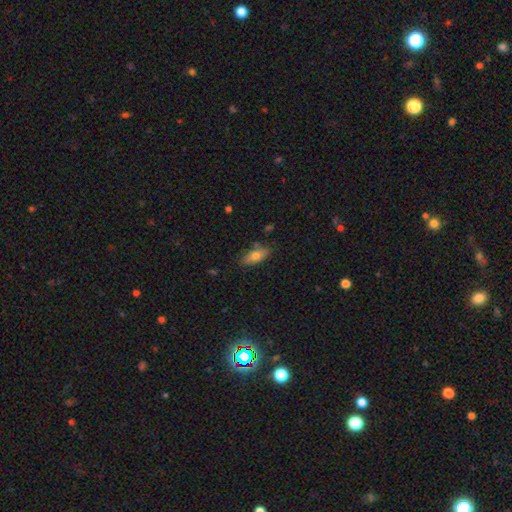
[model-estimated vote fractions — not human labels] Morphology: type=smooth (72%); roundness=in between (75%); merging=none (78%).